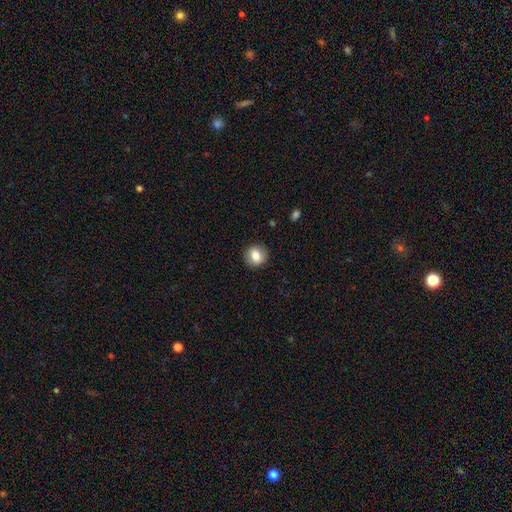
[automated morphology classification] smooth 78%, featured or disk 13%, star or artifact 9%. Down the decision tree: how rounded — round (85%); merging — none (89%).